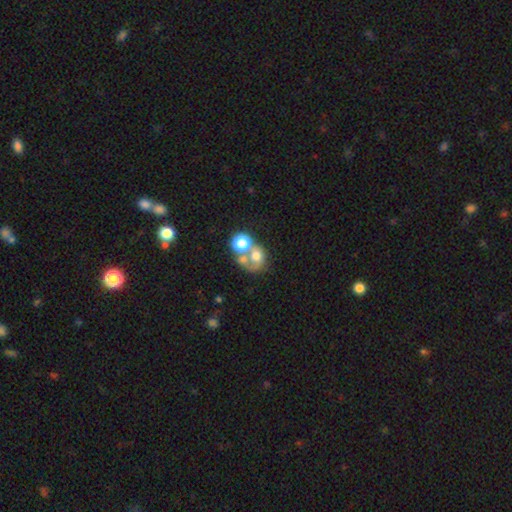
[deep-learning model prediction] Smooth or featured: smooth — 61% (featured or disk — 26%)
How rounded: round — 63% (in between — 35%)
Merging: merger — 67% (none — 19%)